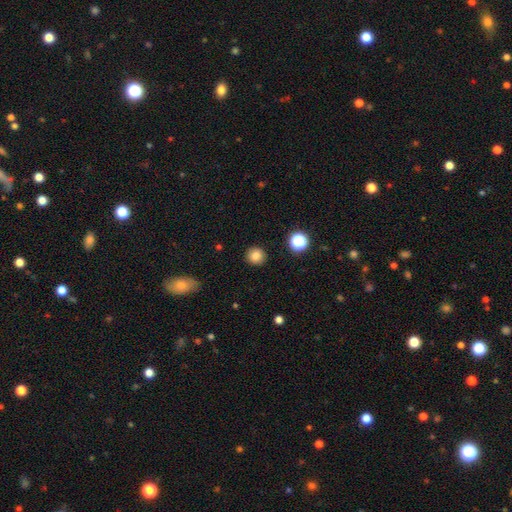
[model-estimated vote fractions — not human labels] This appears to be a smooth galaxy with no disk features (83%) that is round (92%). Merging: none (91%).